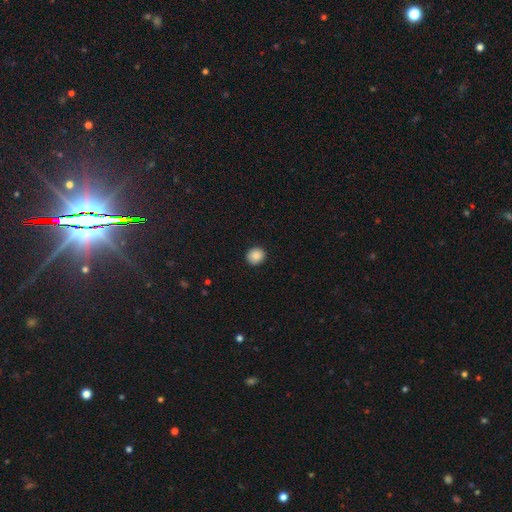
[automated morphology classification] Smooth or featured: smooth — 88% (star or artifact — 9%)
How rounded: round — 84% (in between — 16%)
Merging: none — 92% (minor disturbance — 6%)